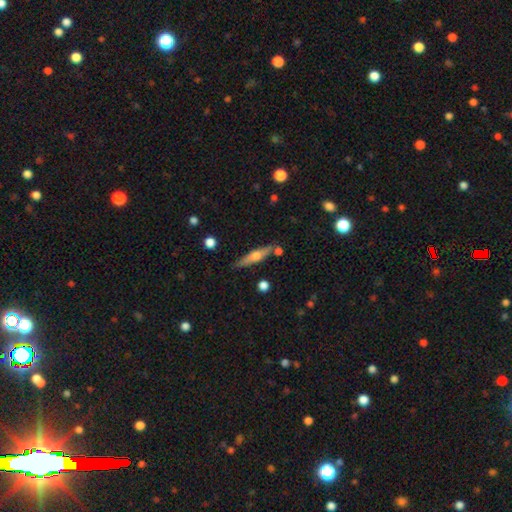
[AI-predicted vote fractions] Smooth or featured?
  - featured or disk: 51% *
  - smooth: 43%
  - star or artifact: 6%
Edge-on disk?
  - yes: 92% *
  - no: 8%
Merging?
  - none: 79% *
  - minor disturbance: 12%
  - merger: 7%
  - major disturbance: 3%